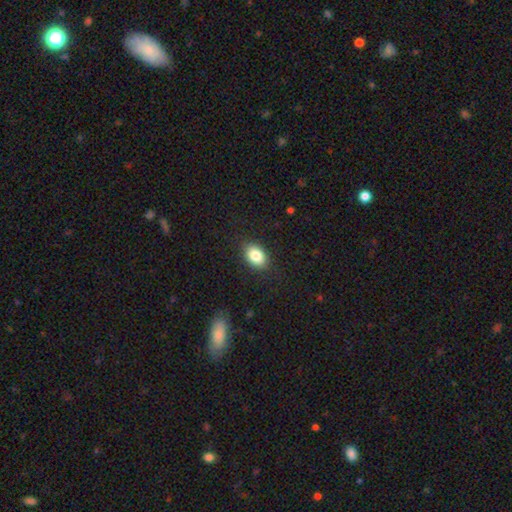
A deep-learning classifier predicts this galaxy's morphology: This appears to be a smooth galaxy with no disk features (85%) that is in between round and cigar-shaped (84%). Merging: none (87%).